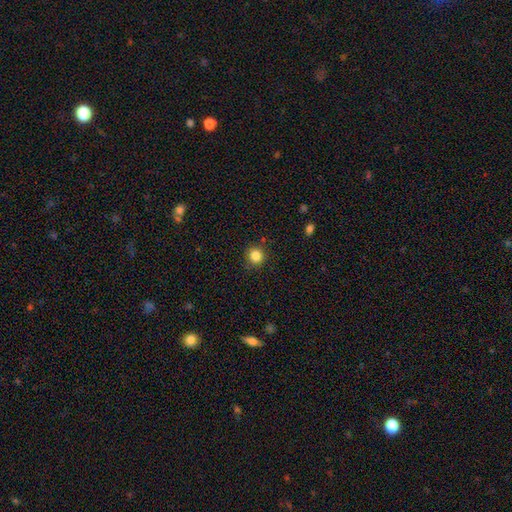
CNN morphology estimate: smooth-or-featured: smooth: 84% | star or artifact: 12% | featured or disk: 5%
  how-rounded: round: 92% | in between: 7% | cigar-shaped: 1%
  merging: none: 89% | minor disturbance: 8% | major disturbance: 2% | merger: 2%